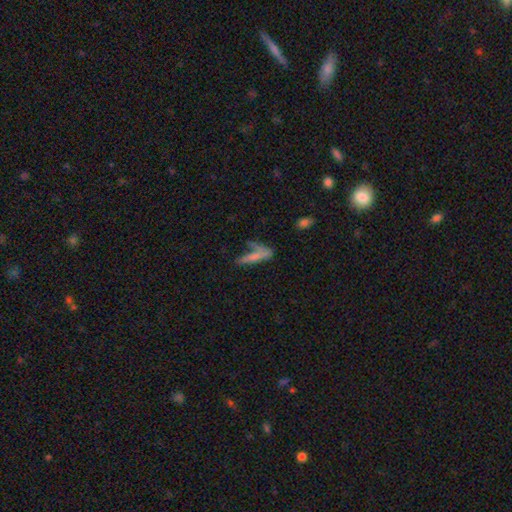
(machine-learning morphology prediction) A smooth galaxy with no disk features (61%) that is cigar-shaped (80%). Merging: none (42%).